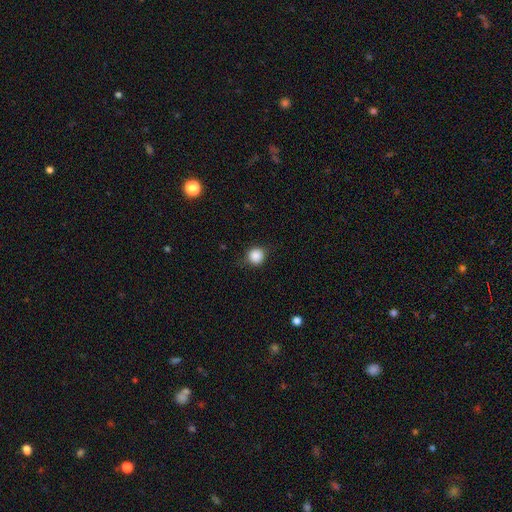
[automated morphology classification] smooth_or_featured: smooth (p=0.87) [alt: star or artifact p=0.09]
how_rounded: round (p=0.90) [alt: in between p=0.09]
merging: none (p=0.82) [alt: minor disturbance p=0.14]